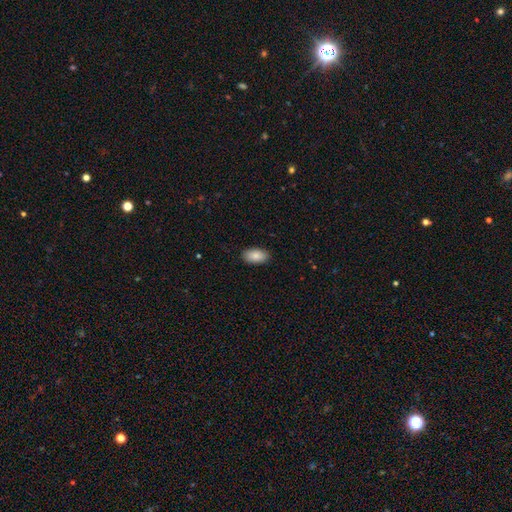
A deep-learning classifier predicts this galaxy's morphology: Q: Smooth or featured?
A: smooth (85%); runner-up: featured or disk (8%)
Q: How rounded?
A: in between (95%); runner-up: round (3%)
Q: Merging?
A: none (89%); runner-up: minor disturbance (9%)